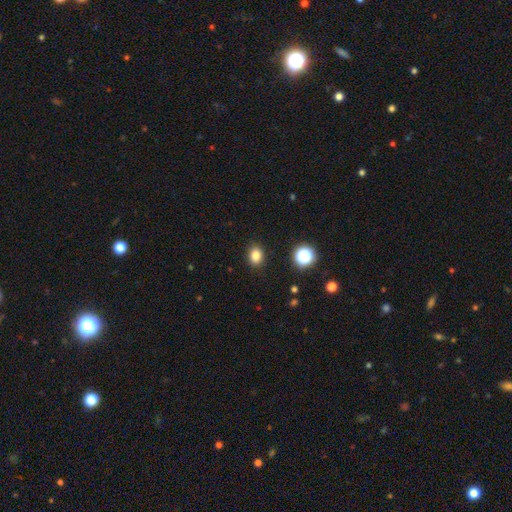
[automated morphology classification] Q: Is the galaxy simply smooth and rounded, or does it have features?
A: smooth — 82%.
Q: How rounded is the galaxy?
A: in between — 50%.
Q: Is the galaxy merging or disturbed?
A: none — 89%.